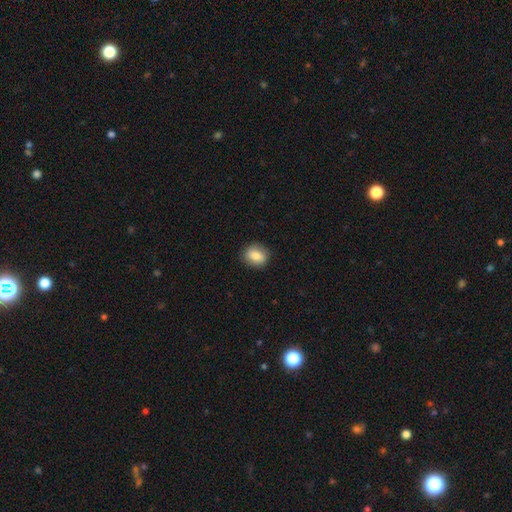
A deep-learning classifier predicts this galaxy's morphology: The model was most divided on "how rounded": round: 60%, in between: 39%, cigar-shaped: 1%. More confident: merging — none (87%); smooth or featured — smooth (83%).